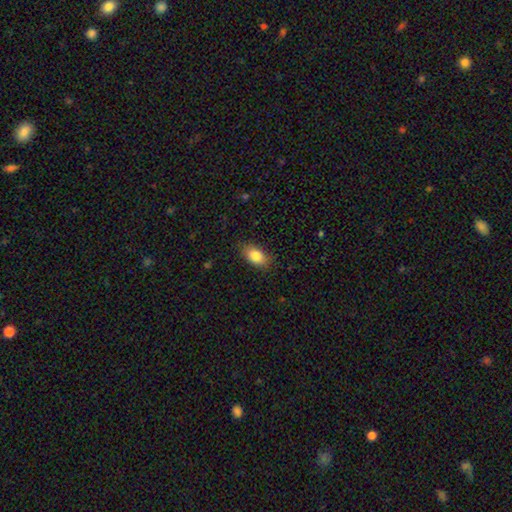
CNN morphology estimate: Overall: smooth (85%). How rounded: in between (90%). Merging: none (85%).